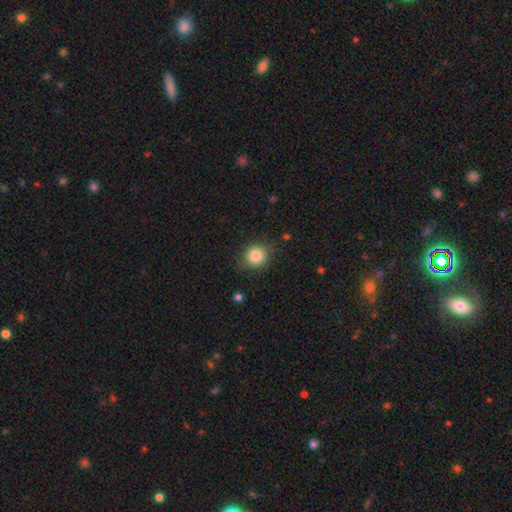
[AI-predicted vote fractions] A smooth galaxy with no disk features (85%) that is round (84%).

Vote fractions:
- Smooth or featured? smooth: 85% / star or artifact: 10% / featured or disk: 5%
- How rounded? round: 84% / in between: 15% / cigar-shaped: 1%
- Merging? none: 81% / minor disturbance: 14% / major disturbance: 4% / merger: 1%